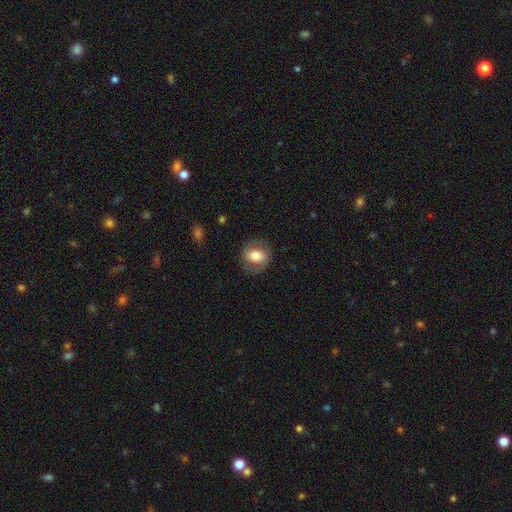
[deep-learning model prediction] A smooth galaxy with no disk features (63%) that is round (50%).

Vote fractions:
- Smooth or featured? smooth: 63% / featured or disk: 29% / star or artifact: 8%
- How rounded? round: 50% / in between: 48% / cigar-shaped: 1%
- Merging? none: 79% / minor disturbance: 13% / major disturbance: 6% / merger: 1%